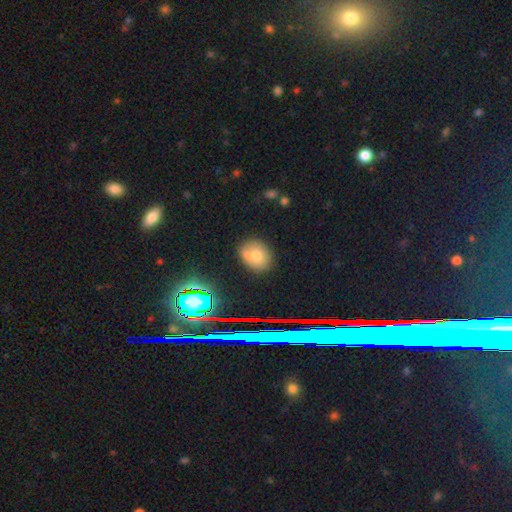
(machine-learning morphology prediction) This is likely a smooth galaxy (67%). How rounded: possibly round (55%). Merging: likely none (74%).